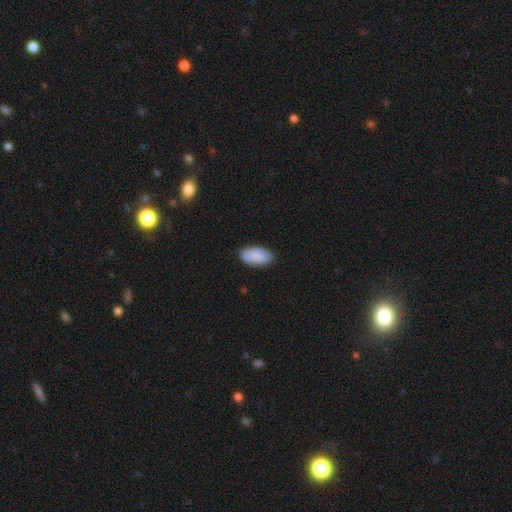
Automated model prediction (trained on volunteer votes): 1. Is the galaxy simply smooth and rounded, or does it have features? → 84% smooth, 9% featured or disk, 6% star or artifact.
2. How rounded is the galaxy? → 94% in between, 4% cigar-shaped, 3% round.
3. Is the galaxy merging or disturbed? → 82% none, 14% minor disturbance, 3% major disturbance, 1% merger.